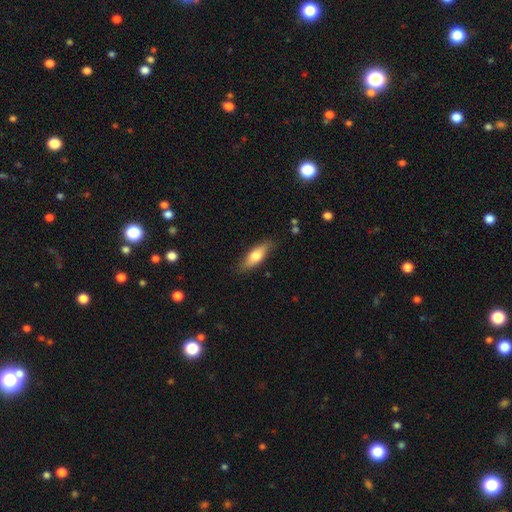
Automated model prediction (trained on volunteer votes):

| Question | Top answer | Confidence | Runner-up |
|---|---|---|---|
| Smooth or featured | smooth | 68% | featured or disk (26%) |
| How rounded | in between | 63% | cigar-shaped (34%) |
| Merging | none | 81% | minor disturbance (15%) |